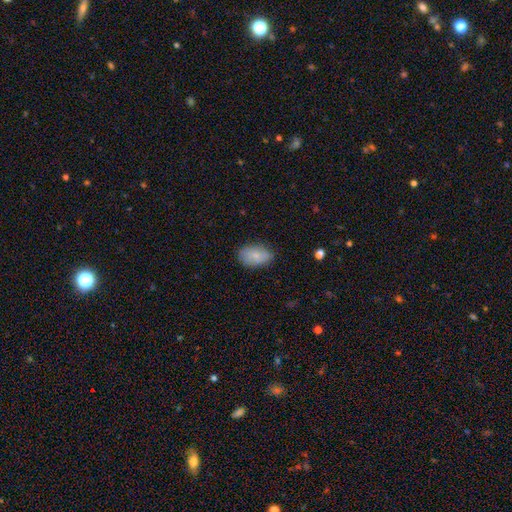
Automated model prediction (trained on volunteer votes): smooth-or-featured: smooth: 82% | featured or disk: 11% | star or artifact: 7%
  how-rounded: in between: 90% | round: 9% | cigar-shaped: 1%
  merging: none: 79% | minor disturbance: 17% | major disturbance: 3% | merger: 1%